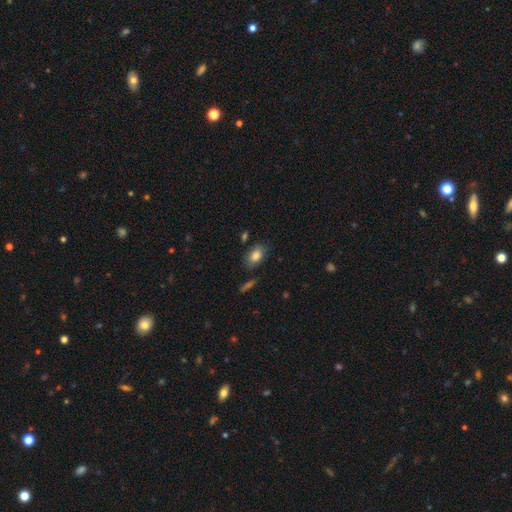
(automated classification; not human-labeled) This appears to be a smooth galaxy with no disk features (83%) that is in between round and cigar-shaped (88%). Merging: none (78%).